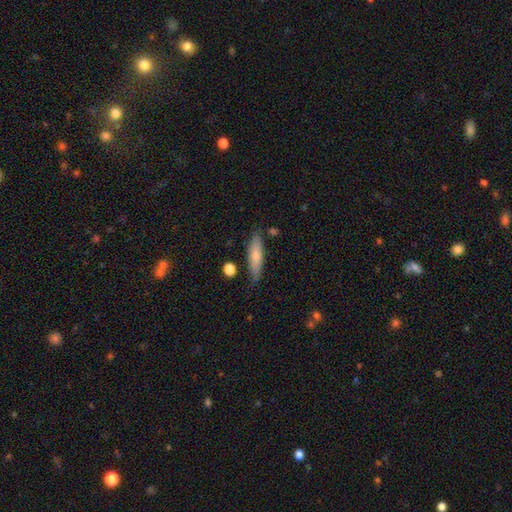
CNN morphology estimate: smooth 72%, featured or disk 22%, star or artifact 6%. Down the decision tree: how rounded — cigar-shaped (68%); merging — none (79%).